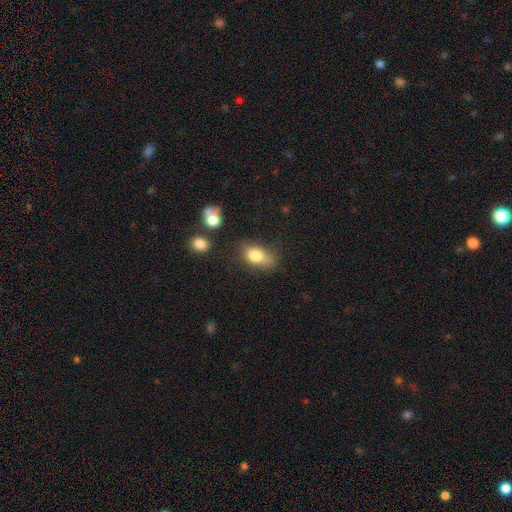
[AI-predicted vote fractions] Morphology: type=smooth (80%); roundness=in between (80%); merging=none (50%).